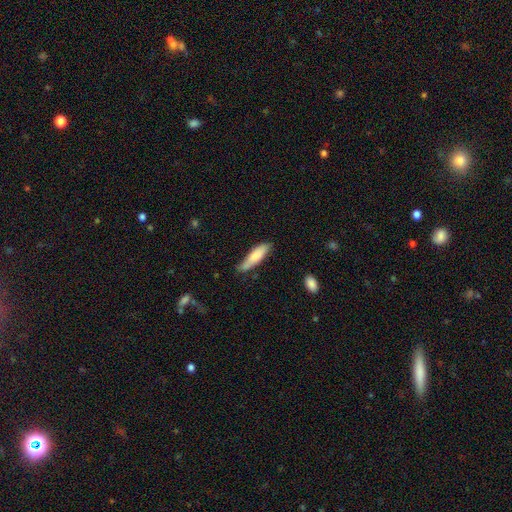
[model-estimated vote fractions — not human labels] smooth_or_featured: smooth (p=0.78) [alt: featured or disk p=0.16]
how_rounded: cigar-shaped (p=0.65) [alt: in between p=0.33]
merging: none (p=0.65) [alt: minor disturbance p=0.27]